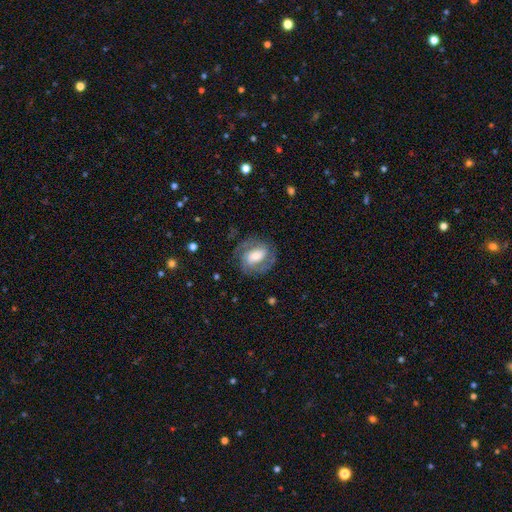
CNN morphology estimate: smooth_or_featured: featured or disk (p=0.77) [alt: smooth p=0.17]
disk_edge_on: no (p=0.97) [alt: yes p=0.03]
bar: weak (p=0.41) [alt: no p=0.33]
has_spiral_arms: yes (p=0.92) [alt: no p=0.08]
spiral_winding: tight (p=0.45) [alt: medium p=0.43]
spiral_arm_count: 2 (p=0.72) [alt: can't tell p=0.11]
bulge_size: moderate (p=0.45) [alt: small p=0.25]
merging: none (p=0.75) [alt: minor disturbance p=0.15]